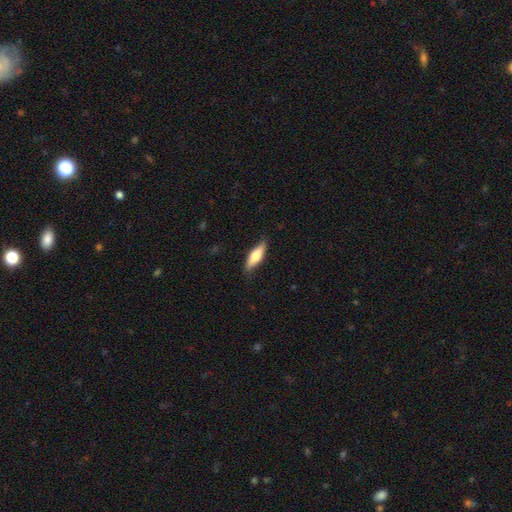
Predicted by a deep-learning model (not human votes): Smooth or featured?
  - smooth: 64% *
  - featured or disk: 31%
  - star or artifact: 6%
How rounded?
  - cigar-shaped: 50% *
  - in between: 47%
  - round: 2%
Merging?
  - none: 83% *
  - minor disturbance: 14%
  - major disturbance: 3%
  - merger: 1%